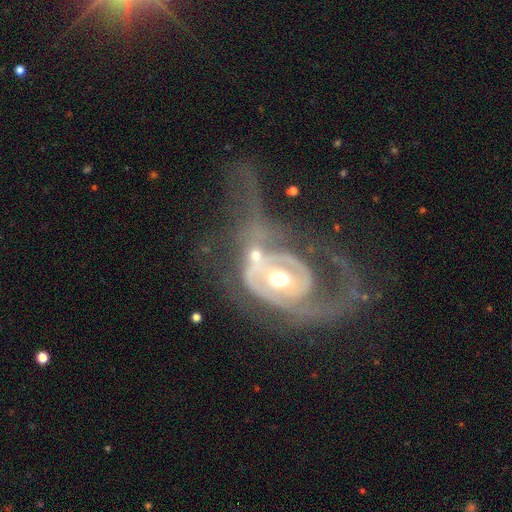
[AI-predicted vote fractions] This appears to be a featured or disk galaxy (82%) with no bar (64%), 2 (40%) tight (37%, tied with medium) spiral arms (71%) and a moderate central bulge (68%). Merging: major disturbance (40%).